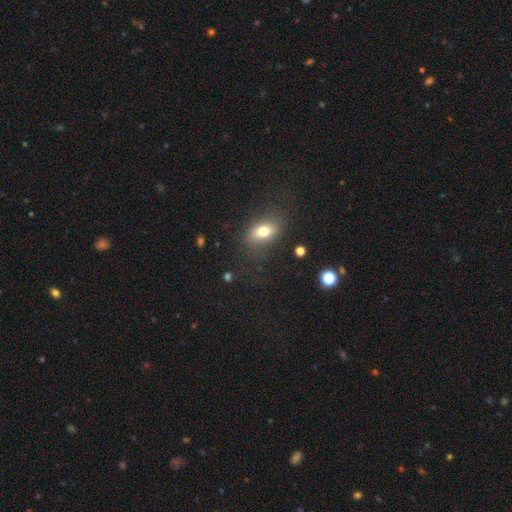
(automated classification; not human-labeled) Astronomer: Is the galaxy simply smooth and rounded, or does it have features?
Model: smooth — 63%.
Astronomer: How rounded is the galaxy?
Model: in between — 65%.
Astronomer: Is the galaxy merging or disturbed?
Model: none — 74%.